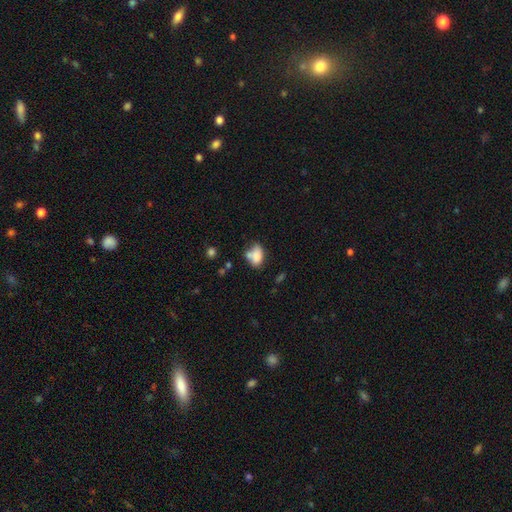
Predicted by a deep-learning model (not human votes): Q: Smooth or featured?
A: smooth (77%); runner-up: featured or disk (14%)
Q: How rounded?
A: in between (83%); runner-up: round (15%)
Q: Merging?
A: none (41%); runner-up: merger (28%)